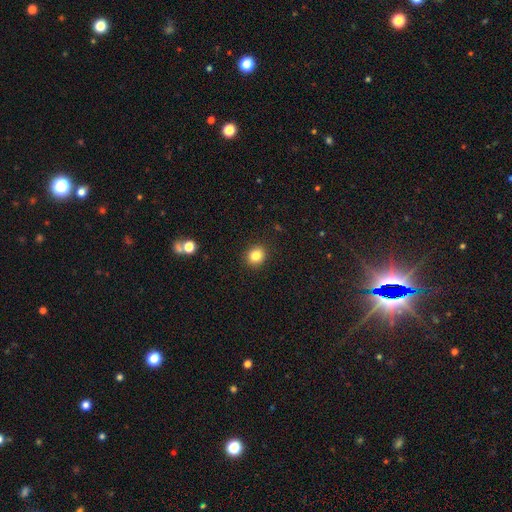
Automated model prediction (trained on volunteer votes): Overall: smooth (83%). How rounded: round (82%). Merging: none (91%).